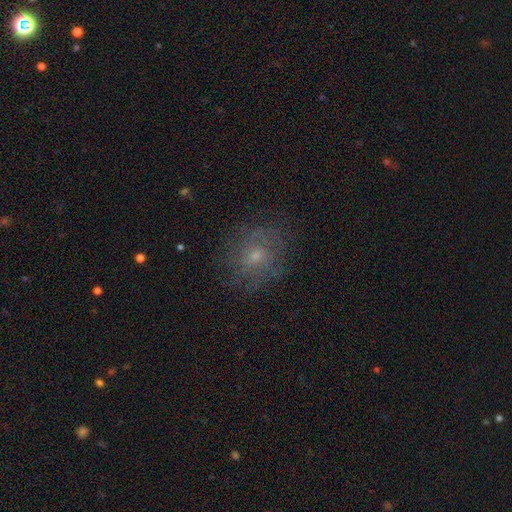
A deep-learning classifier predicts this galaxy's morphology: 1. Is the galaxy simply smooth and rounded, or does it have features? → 49% featured or disk, 36% smooth, 15% star or artifact.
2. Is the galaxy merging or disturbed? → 73% none, 16% minor disturbance, 10% major disturbance, 1% merger.